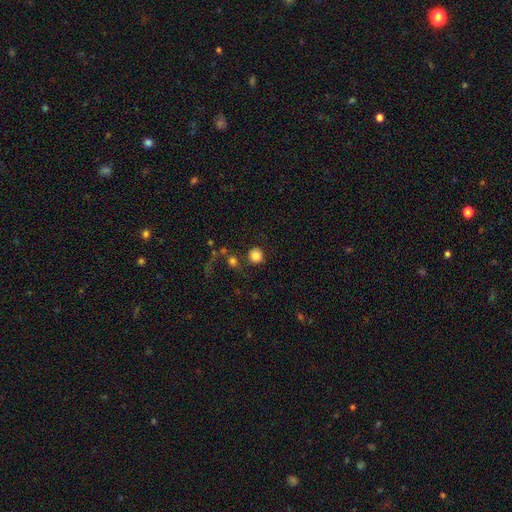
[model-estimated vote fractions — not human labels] Smooth or featured: smooth — 84% (star or artifact — 10%)
How rounded: round — 92% (in between — 7%)
Merging: none — 76% (merger — 9%)